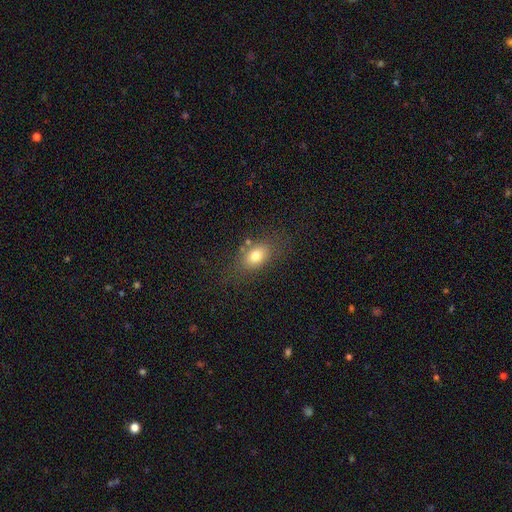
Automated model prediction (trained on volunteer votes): Smooth or featured: smooth — 77% (featured or disk — 13%)
How rounded: in between — 75% (round — 23%)
Merging: none — 72% (minor disturbance — 16%)